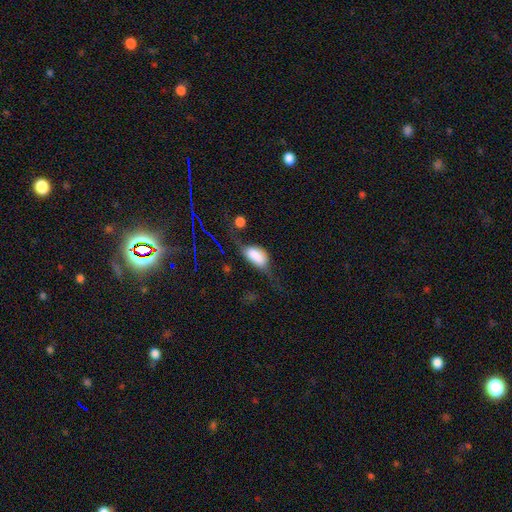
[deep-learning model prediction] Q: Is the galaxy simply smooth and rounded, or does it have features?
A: smooth — 71%.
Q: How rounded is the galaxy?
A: in between — 90%.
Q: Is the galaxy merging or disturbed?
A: major disturbance — 40%.